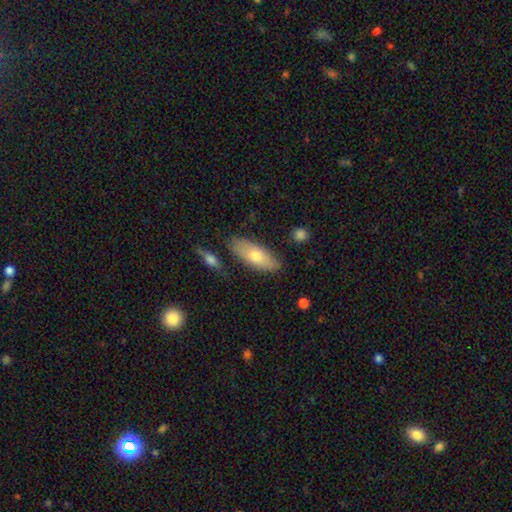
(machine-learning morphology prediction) Q: Smooth or featured?
A: smooth (68%); runner-up: featured or disk (26%)
Q: How rounded?
A: in between (77%); runner-up: cigar-shaped (21%)
Q: Merging?
A: none (80%); runner-up: minor disturbance (13%)